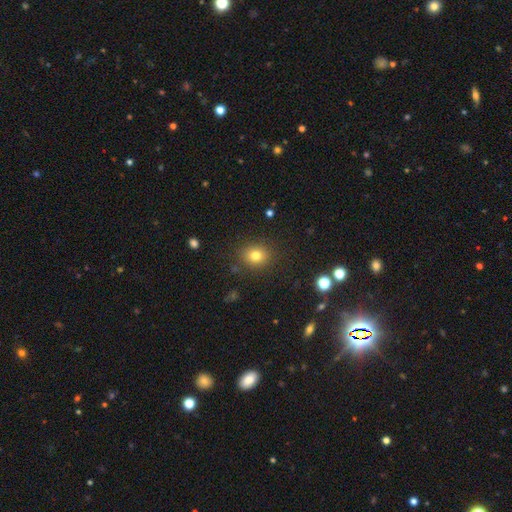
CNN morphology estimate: smooth_or_featured: smooth (p=0.78) [alt: star or artifact p=0.14]
how_rounded: round (p=0.72) [alt: in between p=0.27]
merging: none (p=0.86) [alt: minor disturbance p=0.09]